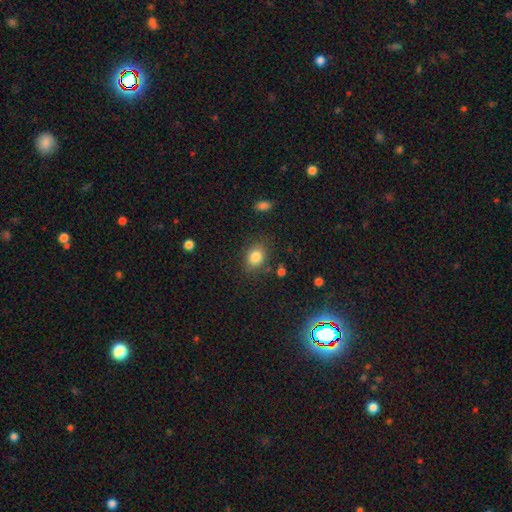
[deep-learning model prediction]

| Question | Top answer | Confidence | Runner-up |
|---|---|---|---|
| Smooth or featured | smooth | 83% | star or artifact (10%) |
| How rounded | in between | 56% | round (43%) |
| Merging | none | 80% | minor disturbance (13%) |